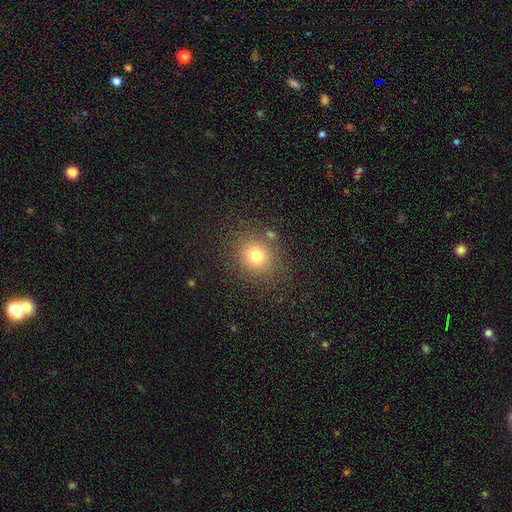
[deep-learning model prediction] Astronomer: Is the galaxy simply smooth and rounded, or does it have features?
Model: smooth — 76%.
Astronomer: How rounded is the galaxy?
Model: round — 75%.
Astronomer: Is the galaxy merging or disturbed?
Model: none — 81%.